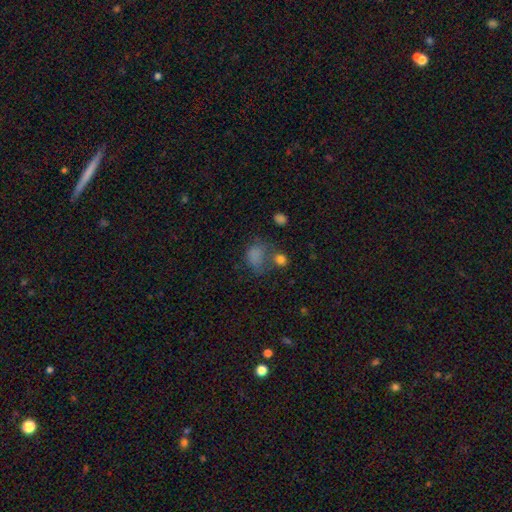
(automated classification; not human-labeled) Smooth or featured?
  - smooth: 70% *
  - star or artifact: 17%
  - featured or disk: 13%
How rounded?
  - in between: 61% *
  - round: 38%
  - cigar-shaped: 1%
Merging?
  - none: 34% *
  - major disturbance: 24%
  - minor disturbance: 22%
  - merger: 20%